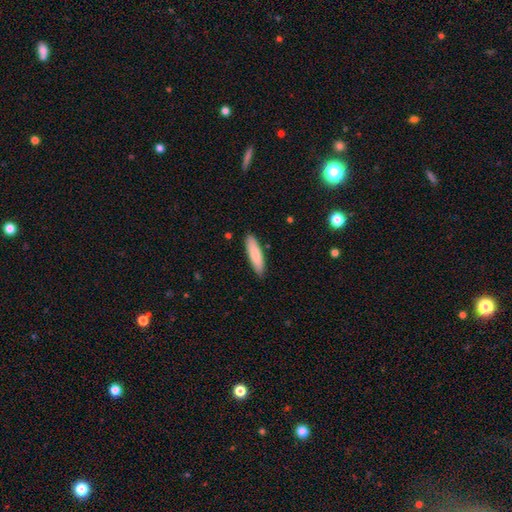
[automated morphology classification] type=smooth (84%); roundness=cigar-shaped (68%); merging=none (88%).